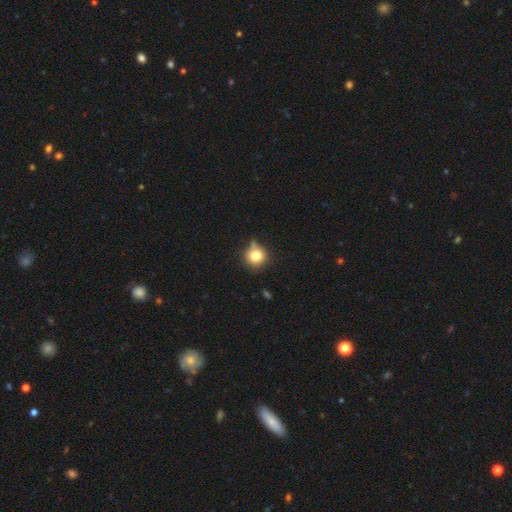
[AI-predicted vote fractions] The model was most divided on "merging": none: 66%, minor disturbance: 19%, merger: 9%, major disturbance: 5%. More confident: how rounded — round (90%); smooth or featured — smooth (79%).